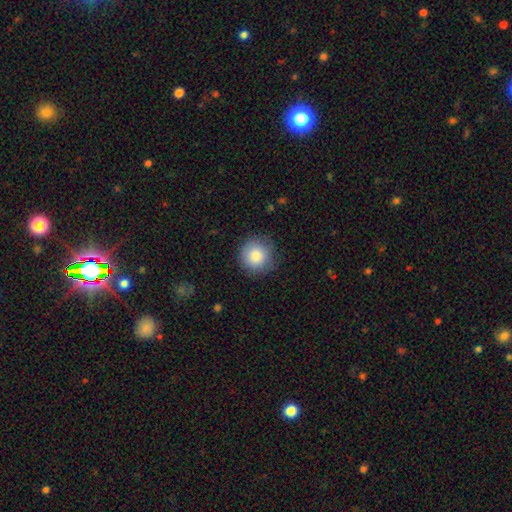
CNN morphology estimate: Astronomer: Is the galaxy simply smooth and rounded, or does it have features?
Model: smooth — 85%.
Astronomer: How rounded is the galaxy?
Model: round — 93%.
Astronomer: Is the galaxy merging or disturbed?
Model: none — 84%.